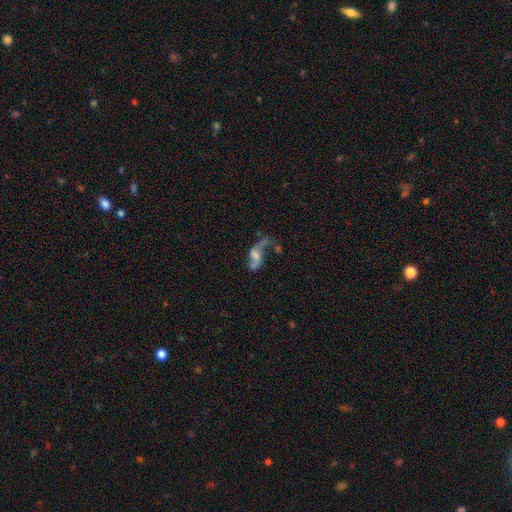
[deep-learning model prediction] smooth_or_featured: featured or disk (p=0.70) [alt: smooth p=0.19]
disk_edge_on: no (p=0.96) [alt: yes p=0.04]
bar: no (p=0.51) [alt: weak p=0.37]
has_spiral_arms: yes (p=0.78) [alt: no p=0.22]
spiral_winding: loose (p=0.88) [alt: medium p=0.10]
spiral_arm_count: 2 (p=0.78) [alt: 1 p=0.15]
bulge_size: none (p=0.36) [alt: small p=0.26]
merging: major disturbance (p=0.32) [alt: none p=0.31]